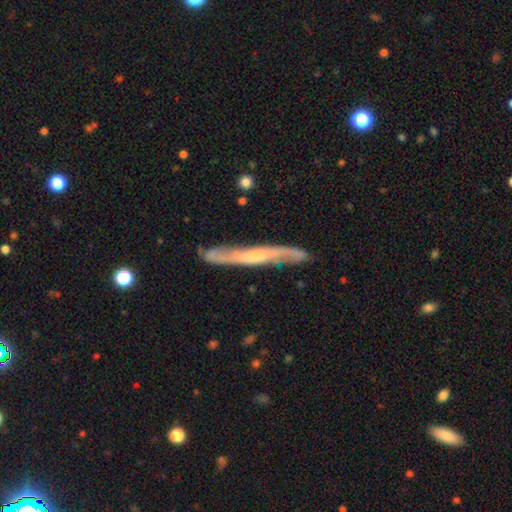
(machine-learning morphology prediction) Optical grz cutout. It shows a featured or disk galaxy (76%) viewed edge-on (69%) with no central bulge (51%). Merging: none (80%).